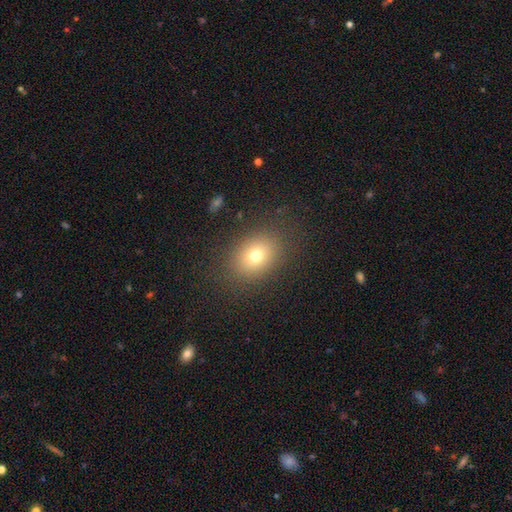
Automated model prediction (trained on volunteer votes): A smooth galaxy with no disk features (73%) that is in between round and cigar-shaped (60%).

Vote fractions:
- Smooth or featured? smooth: 73% / star or artifact: 15% / featured or disk: 13%
- How rounded? in between: 60% / round: 39% / cigar-shaped: 1%
- Merging? none: 85% / minor disturbance: 10% / major disturbance: 5% / merger: 1%